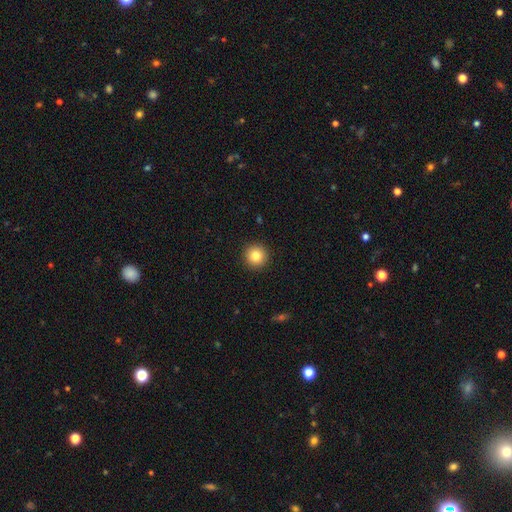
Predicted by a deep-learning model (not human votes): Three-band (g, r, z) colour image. It shows a smooth galaxy with no disk features (83%) that is round (96%). Merging: none (93%).